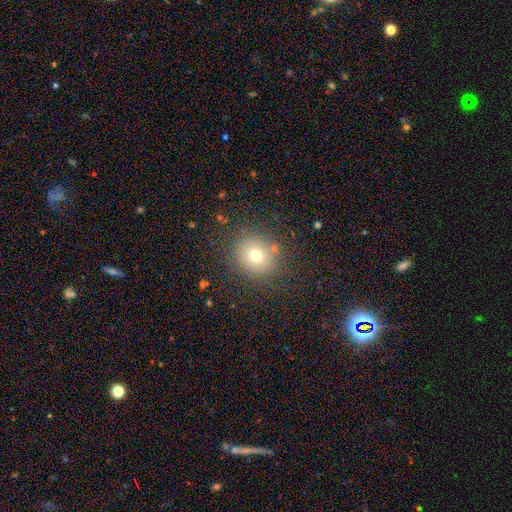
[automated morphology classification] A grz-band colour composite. It shows a smooth galaxy with no disk features (71%) that is round (84%). Merging: none (84%).